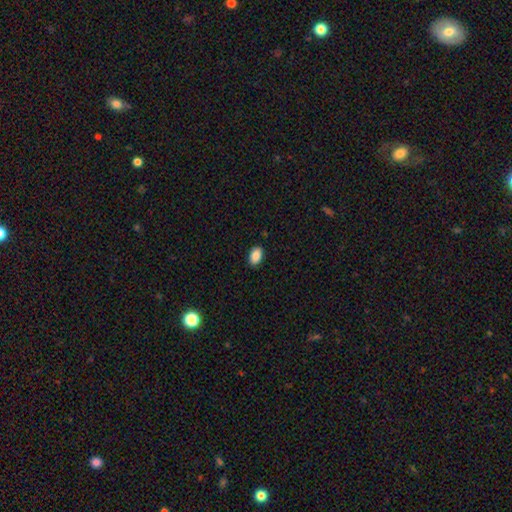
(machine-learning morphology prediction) Smooth or featured: smooth — 89% (star or artifact — 8%)
How rounded: in between — 90% (round — 8%)
Merging: none — 89% (minor disturbance — 8%)